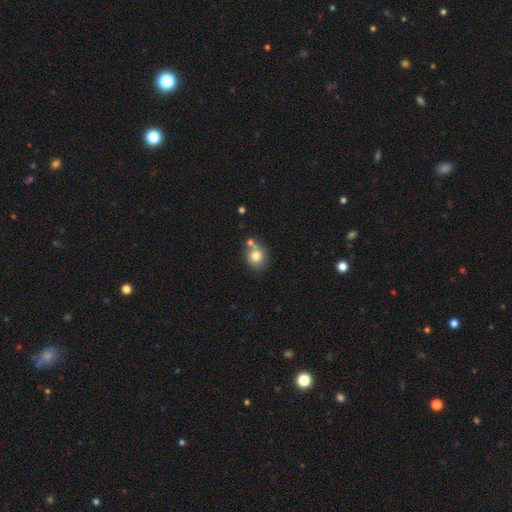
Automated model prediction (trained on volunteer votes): The model was most divided on "merging": none: 59%, merger: 23%, minor disturbance: 13%, major disturbance: 4%. More confident: smooth or featured — smooth (79%); how rounded — round (71%).